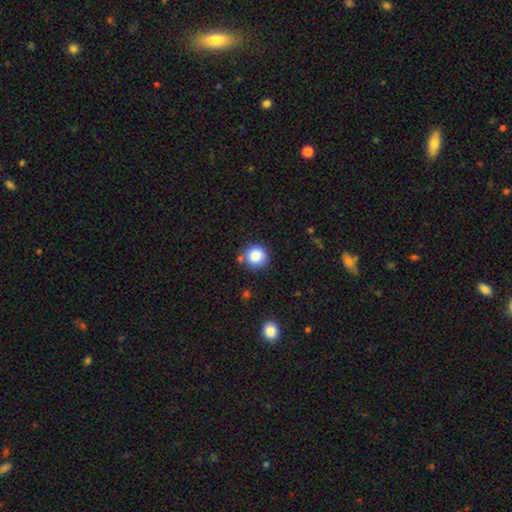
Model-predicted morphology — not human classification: A smooth galaxy with no disk features (85%) that is round (92%). Merging: none (78%).